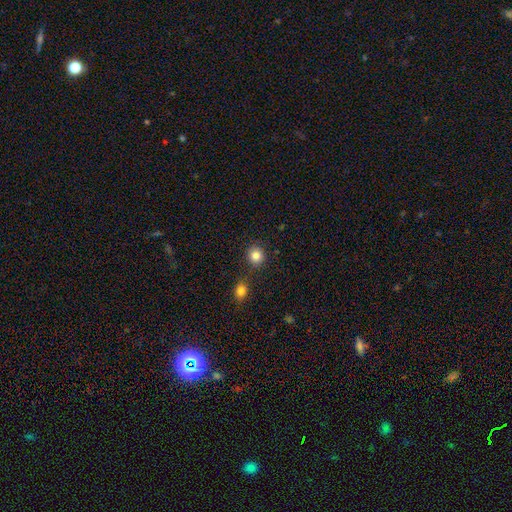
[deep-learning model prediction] Q: Smooth or featured?
A: smooth (85%); runner-up: star or artifact (10%)
Q: How rounded?
A: round (88%); runner-up: in between (11%)
Q: Merging?
A: none (84%); runner-up: minor disturbance (8%)